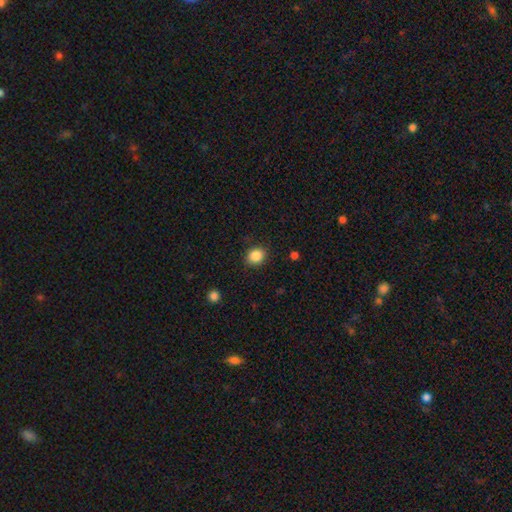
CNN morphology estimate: Smooth or featured: smooth — 86% (star or artifact — 10%)
How rounded: round — 65% (in between — 34%)
Merging: none — 87% (minor disturbance — 9%)